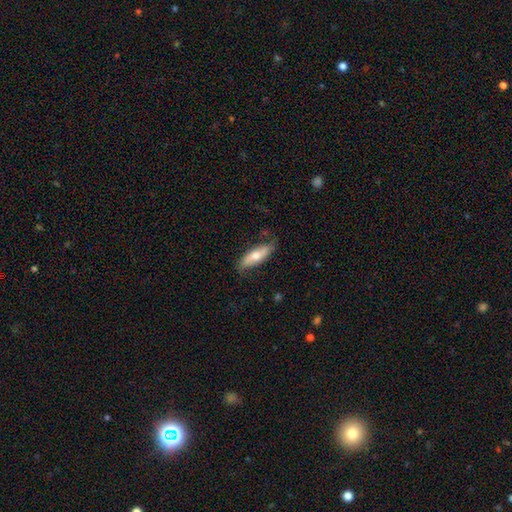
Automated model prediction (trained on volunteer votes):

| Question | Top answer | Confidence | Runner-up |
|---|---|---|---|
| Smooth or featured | smooth | 58% | featured or disk (37%) |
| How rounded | in between | 56% | cigar-shaped (42%) |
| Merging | none | 75% | minor disturbance (20%) |